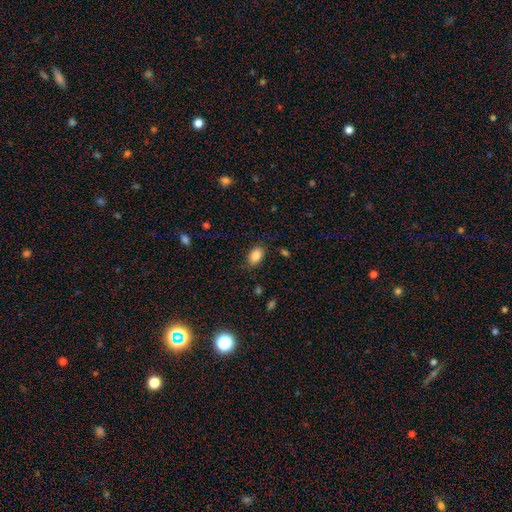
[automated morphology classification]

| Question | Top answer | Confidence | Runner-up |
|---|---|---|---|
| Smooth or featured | smooth | 86% | star or artifact (8%) |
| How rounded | in between | 86% | round (13%) |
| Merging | none | 82% | minor disturbance (13%) |